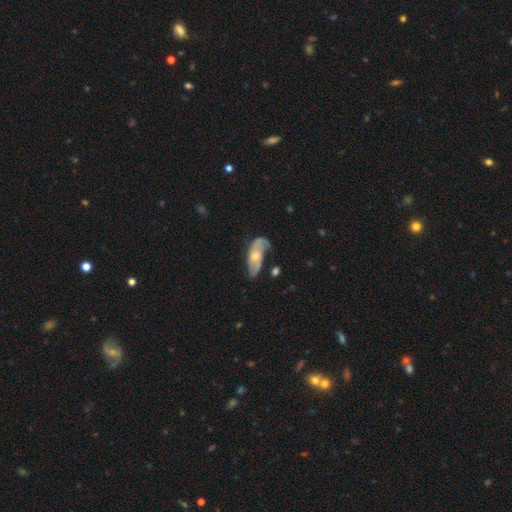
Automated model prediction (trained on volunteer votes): The model was most divided on "bulge size": small: 47%, moderate: 42%, none: 6%, large: 4%, dominant: 1%. Remaining: edge-on disk — no (92%); spiral arms — yes (82%); smooth or featured — featured or disk (65%); bar — no (64%); merging — none (39%).